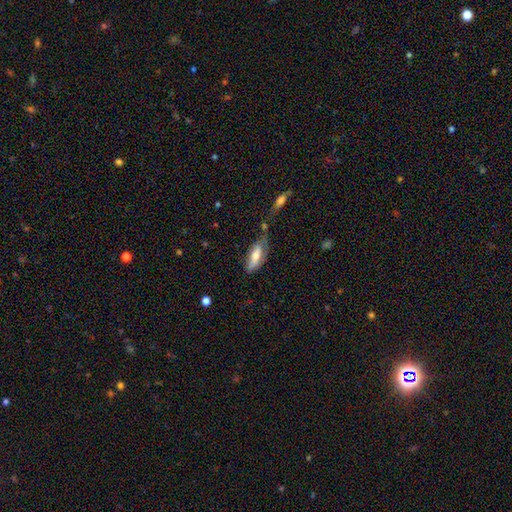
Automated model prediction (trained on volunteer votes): smooth_or_featured: smooth (p=0.64) [alt: featured or disk p=0.30]
how_rounded: in between (p=0.71) [alt: cigar-shaped p=0.27]
merging: none (p=0.38) [alt: minor disturbance p=0.30]